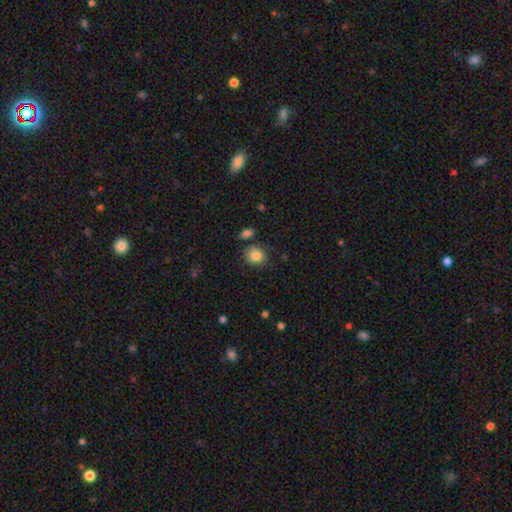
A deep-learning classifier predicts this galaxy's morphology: Smooth or featured? smooth (84%)
How rounded? round (67%)
Merging? none (73%)